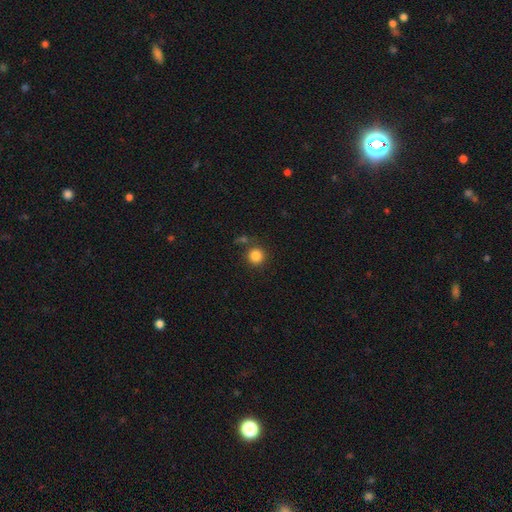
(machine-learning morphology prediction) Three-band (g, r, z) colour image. It shows a smooth galaxy with no disk features (85%) that is round (94%). Merging: none (80%).